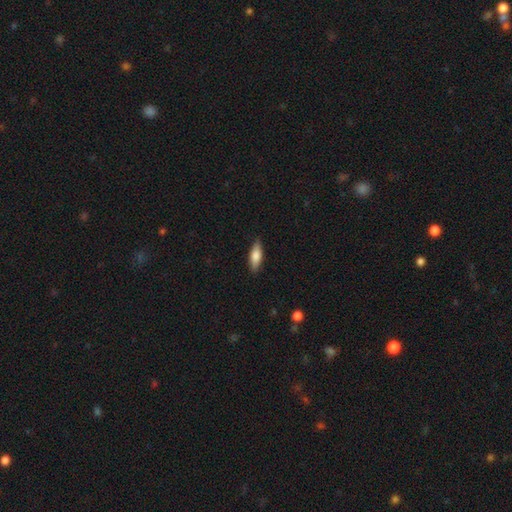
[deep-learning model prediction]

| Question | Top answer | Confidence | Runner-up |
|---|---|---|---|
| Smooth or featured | smooth | 75% | featured or disk (19%) |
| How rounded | in between | 57% | cigar-shaped (40%) |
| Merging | none | 87% | minor disturbance (10%) |